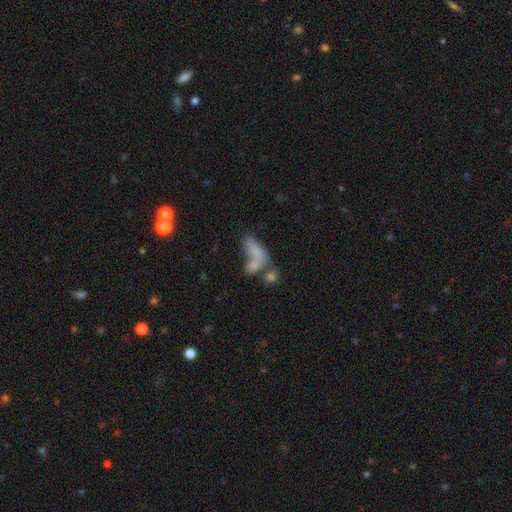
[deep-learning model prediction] Overall: smooth (63%; featured or disk 23%). How rounded: in between (79%). Merging: merger (53%; none 21%).